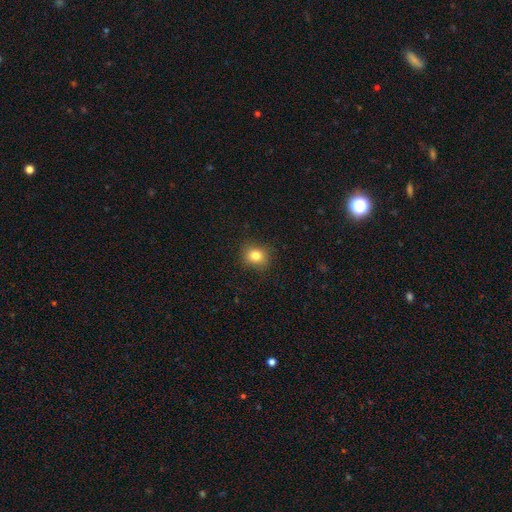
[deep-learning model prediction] Smooth or featured? Predicted: smooth (p=0.82). How rounded? Predicted: round (p=0.69). Merging? Predicted: none (p=0.86).